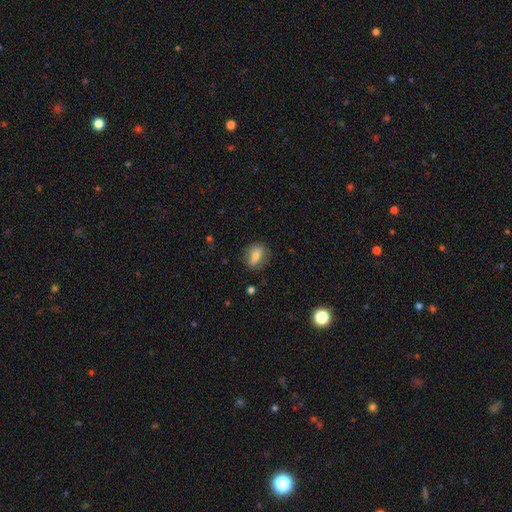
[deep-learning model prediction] smooth 71%, featured or disk 20%, star or artifact 9%. Down the decision tree: how rounded — in between (67%); merging — none (78%).